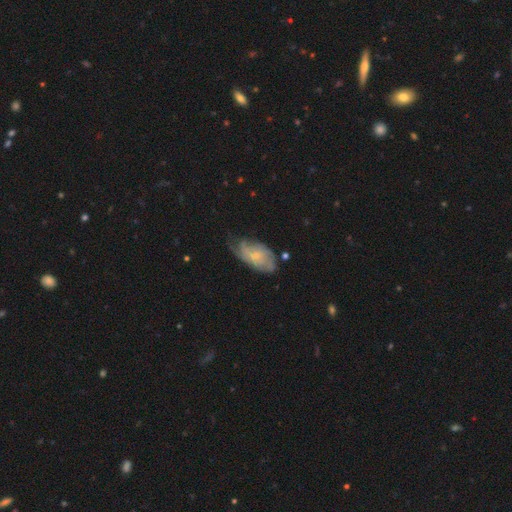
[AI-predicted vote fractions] Smooth or featured? Predicted: featured or disk (p=0.63). Edge-on disk? Predicted: no (p=0.95). Bar? Predicted: no (p=0.73). Spiral arms? Predicted: yes (p=0.84). Spiral winding? Predicted: tight (p=0.45). Spiral arm count? Predicted: can't tell (p=0.49). Bulge size? Predicted: small (p=0.70). Merging? Predicted: none (p=0.49).